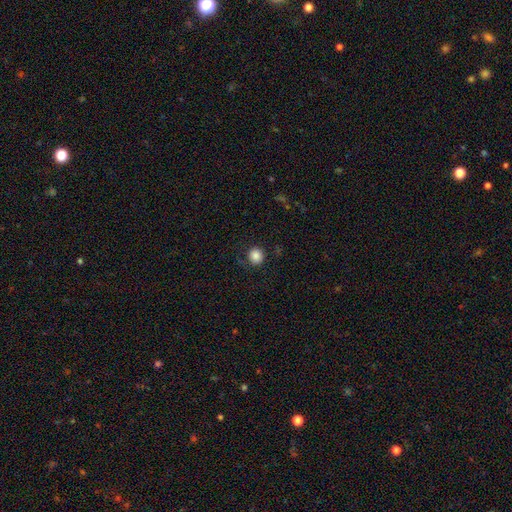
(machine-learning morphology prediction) Q: Smooth or featured?
A: smooth (86%); runner-up: star or artifact (10%)
Q: How rounded?
A: round (90%); runner-up: in between (9%)
Q: Merging?
A: none (86%); runner-up: minor disturbance (9%)